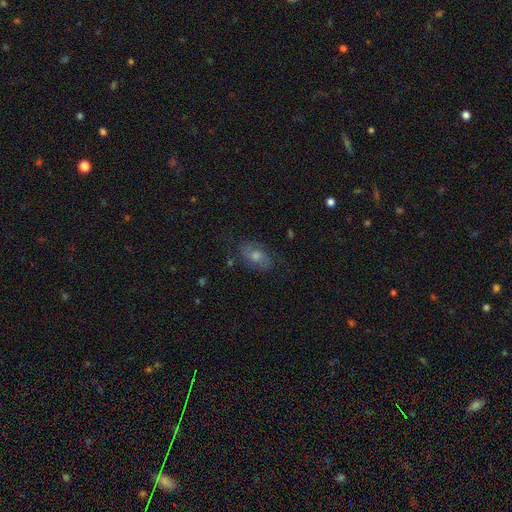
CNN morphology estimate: Smooth or featured: featured or disk — 59% (smooth — 26%)
Edge-on disk: no — 93% (yes — 7%)
Bar: no — 62% (weak — 31%)
Spiral arms: yes — 86% (no — 14%)
Bulge size: moderate — 63% (small — 20%)
Merging: none — 76% (minor disturbance — 16%)